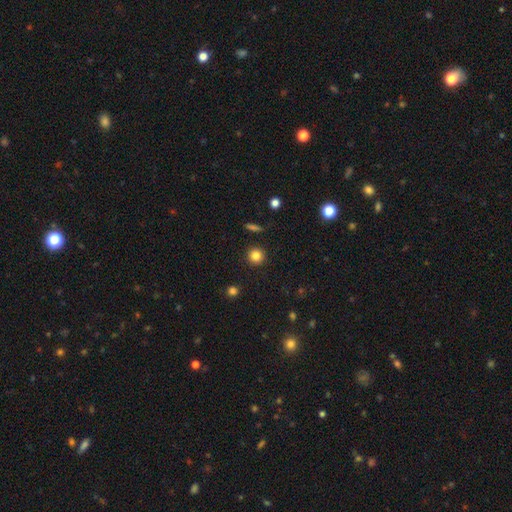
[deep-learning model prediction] A smooth galaxy with no disk features (84%) that is round (94%). Merging: none (92%).